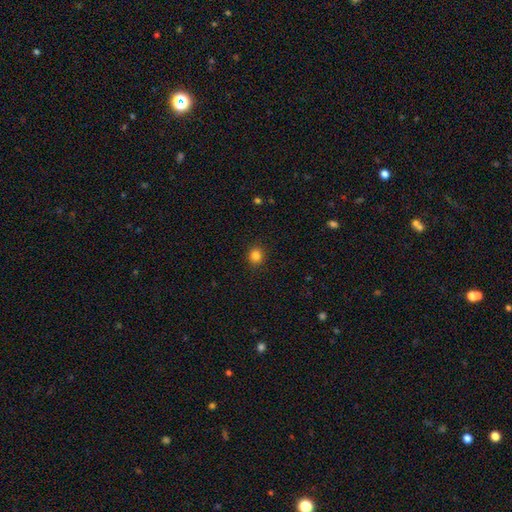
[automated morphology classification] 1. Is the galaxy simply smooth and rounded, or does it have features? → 83% smooth, 12% star or artifact, 5% featured or disk.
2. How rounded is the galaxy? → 88% round, 11% in between, 1% cigar-shaped.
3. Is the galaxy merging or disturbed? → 91% none, 6% minor disturbance, 2% major disturbance, 1% merger.